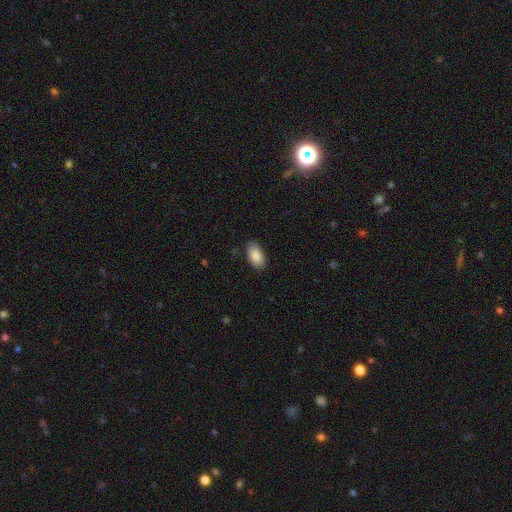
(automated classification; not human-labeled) Smooth or featured: smooth — 88% (star or artifact — 7%)
How rounded: in between — 94% (round — 3%)
Merging: none — 86% (minor disturbance — 11%)